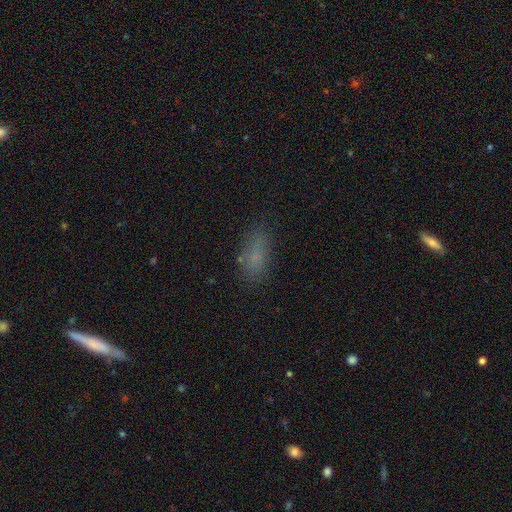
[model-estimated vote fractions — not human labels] This is likely a smooth galaxy (74%). How rounded: clearly in between (82%). Merging: likely none (74%).